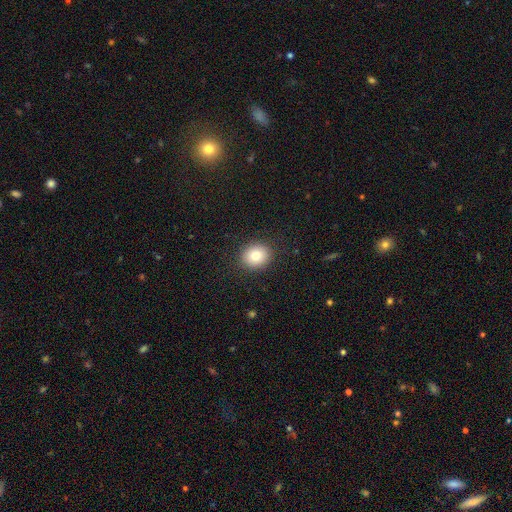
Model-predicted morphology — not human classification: Smooth or featured: smooth — 81% (star or artifact — 10%)
How rounded: round — 74% (in between — 25%)
Merging: none — 90% (minor disturbance — 7%)